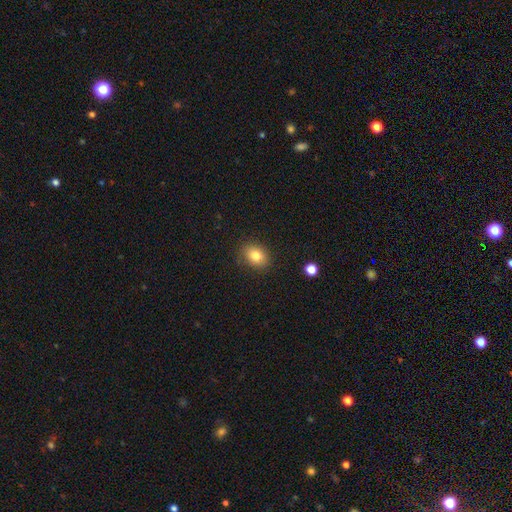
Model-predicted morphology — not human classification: The model was most divided on "how rounded": in between: 53%, round: 46%, cigar-shaped: 1%. More confident: merging — none (84%); smooth or featured — smooth (80%).